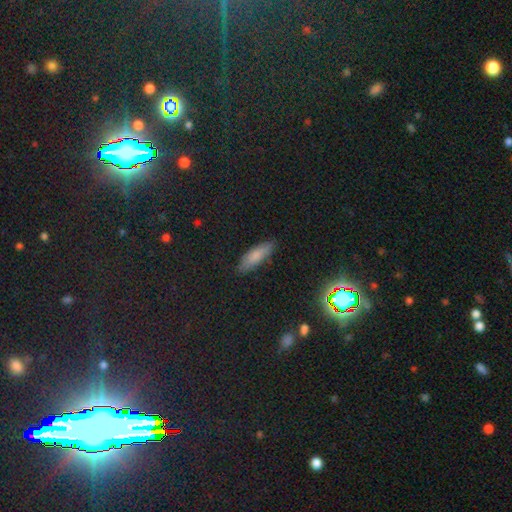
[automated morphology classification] This is likely a smooth galaxy (77%). How rounded: possibly in between (57%). Merging: clearly none (84%).